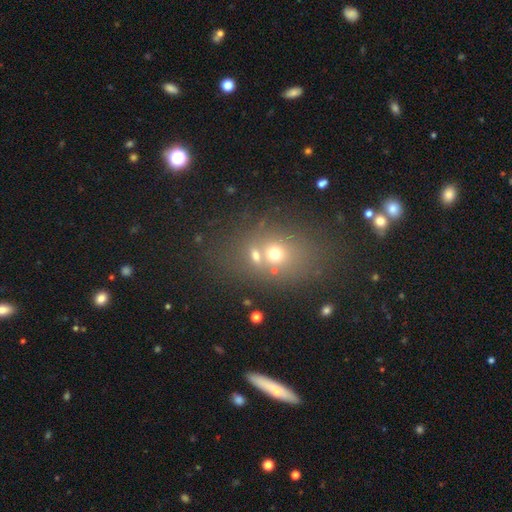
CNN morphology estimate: Q: Smooth or featured?
A: smooth (61%); runner-up: star or artifact (22%)
Q: How rounded?
A: round (60%); runner-up: in between (38%)
Q: Merging?
A: none (43%); runner-up: merger (40%)